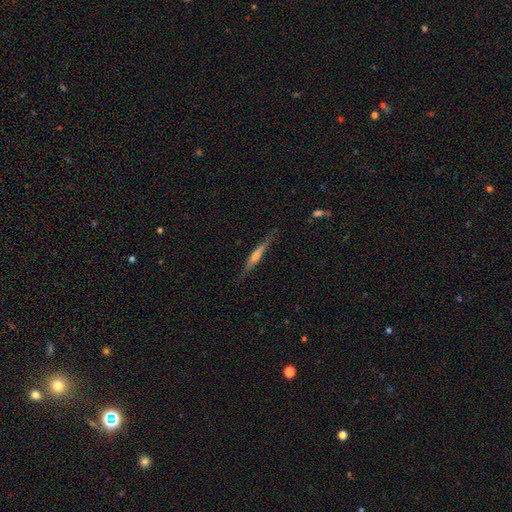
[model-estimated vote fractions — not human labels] featured or disk 66%, smooth 27%, star or artifact 6%. Down the decision tree: edge-on disk — yes (97%); edge-on bulge — rounded (71%); merging — none (84%).